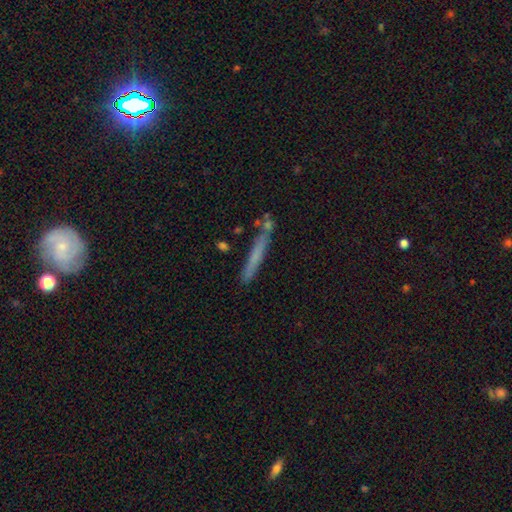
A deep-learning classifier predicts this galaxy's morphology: Q: Smooth or featured?
A: smooth (59%); runner-up: featured or disk (32%)
Q: How rounded?
A: cigar-shaped (95%); runner-up: in between (3%)
Q: Merging?
A: none (78%); runner-up: minor disturbance (13%)